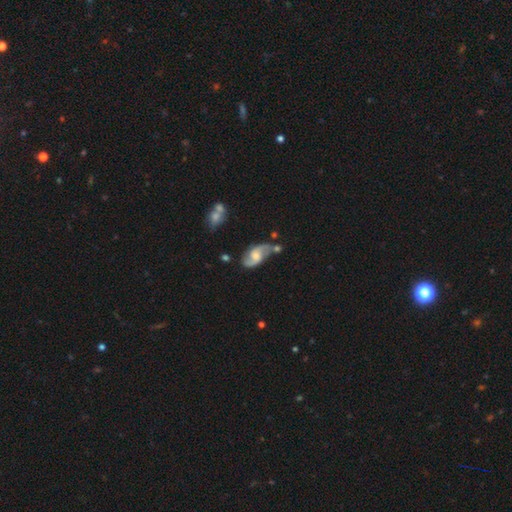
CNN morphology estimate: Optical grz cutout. It shows a featured or disk galaxy (81%) with no bar (48%), 2 (91%) loose (51%) spiral arms (95%) and a moderate central bulge (52%). Merging: none (60%).